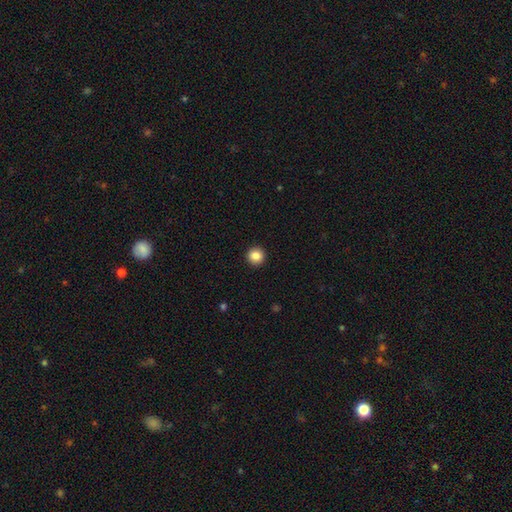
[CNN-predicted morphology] This appears to be a smooth galaxy with no disk features (86%) that is round (95%). Merging: none (93%).